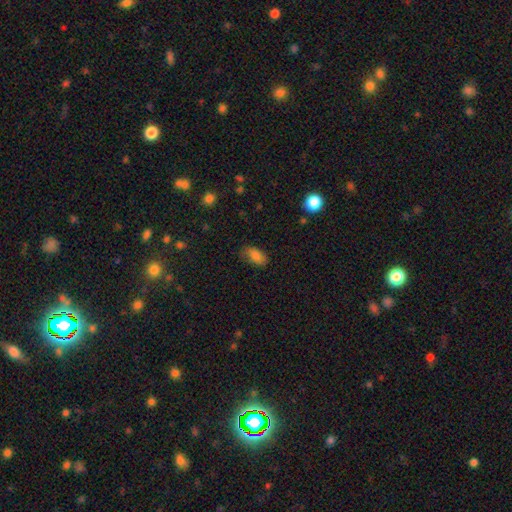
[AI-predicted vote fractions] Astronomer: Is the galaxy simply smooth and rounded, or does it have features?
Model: smooth — 81%.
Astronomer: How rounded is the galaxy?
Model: in between — 91%.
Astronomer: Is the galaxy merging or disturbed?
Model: none — 74%.